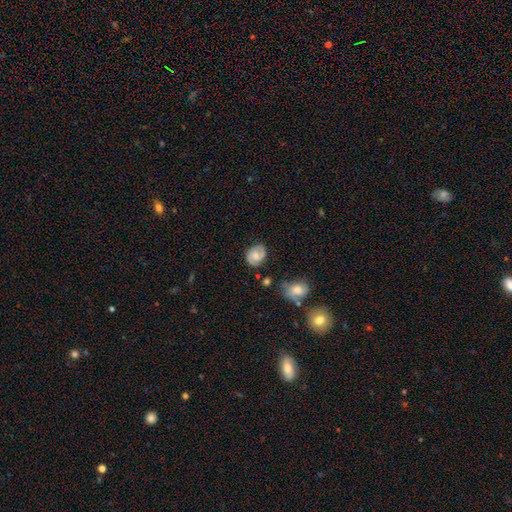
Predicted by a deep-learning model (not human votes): The model was most divided on "smooth or featured": featured or disk: 47%, smooth: 46%, star or artifact: 8%. More confident: merging — none (69%).